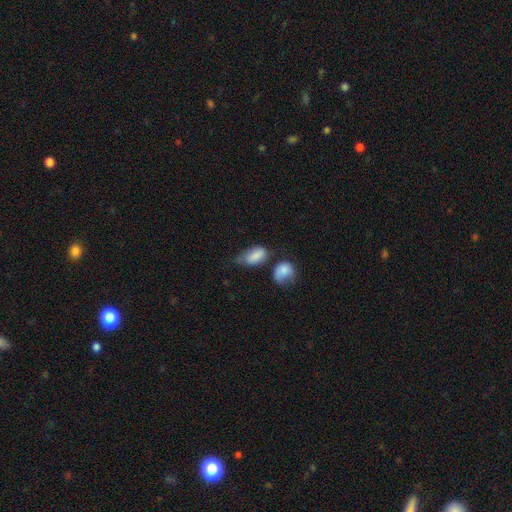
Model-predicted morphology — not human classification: This is clearly a smooth galaxy (82%). How rounded: clearly in between (89%). Merging: marginally minor disturbance (36%).